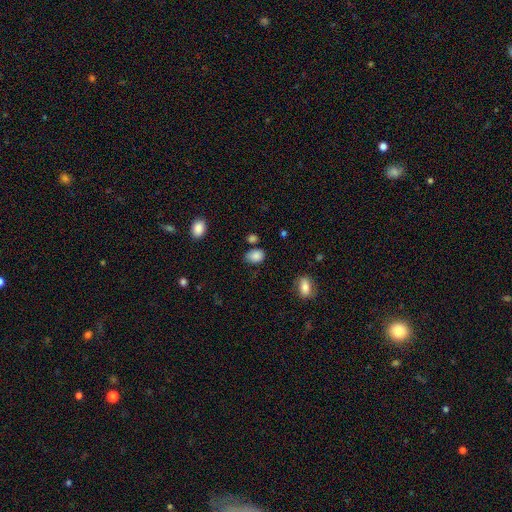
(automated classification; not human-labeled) Q: Smooth or featured?
A: smooth (86%); runner-up: star or artifact (10%)
Q: How rounded?
A: in between (75%); runner-up: round (24%)
Q: Merging?
A: none (70%); runner-up: minor disturbance (19%)